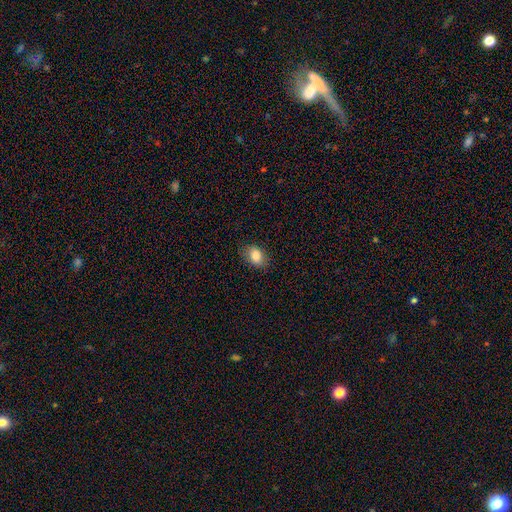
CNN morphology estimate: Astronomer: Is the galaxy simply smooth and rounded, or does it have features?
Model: smooth — 85%.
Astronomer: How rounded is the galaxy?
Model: in between — 81%.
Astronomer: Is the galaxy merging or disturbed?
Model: none — 83%.